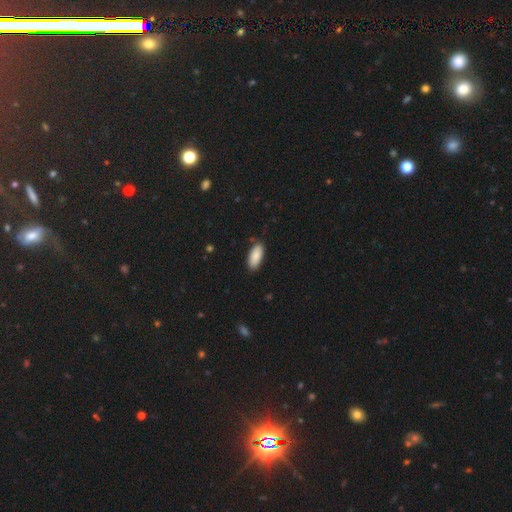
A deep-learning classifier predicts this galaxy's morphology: A smooth galaxy with no disk features (88%) that is in between round and cigar-shaped (85%).

Vote fractions:
- Smooth or featured? smooth: 88% / star or artifact: 6% / featured or disk: 6%
- How rounded? in between: 85% / cigar-shaped: 13% / round: 2%
- Merging? none: 84% / minor disturbance: 12% / major disturbance: 2% / merger: 1%